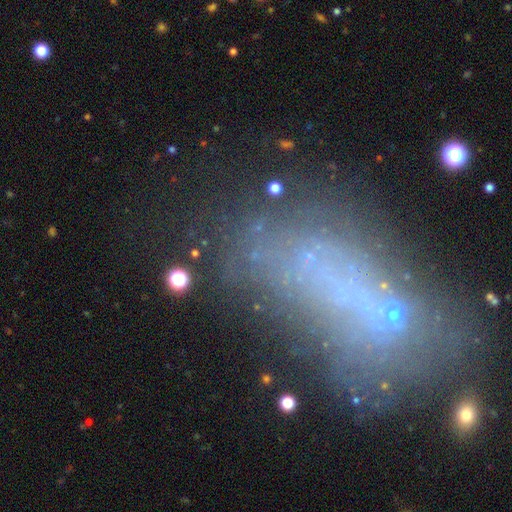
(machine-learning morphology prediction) Overall: featured or disk (36%; smooth 34%). Merging: none (50%; major disturbance 21%).